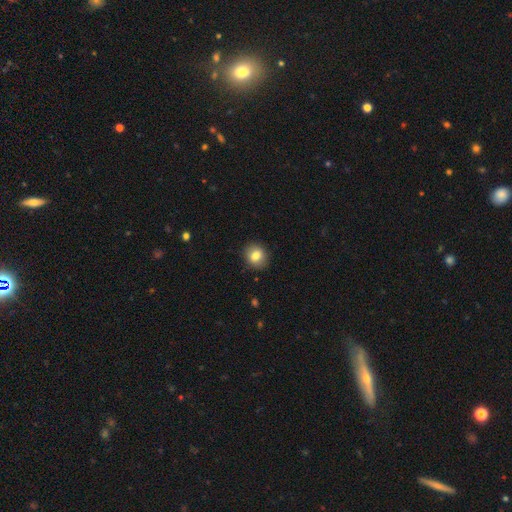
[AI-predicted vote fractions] smooth 81%, featured or disk 10%, star or artifact 9%. Down the decision tree: how rounded — round (71%); merging — none (89%).